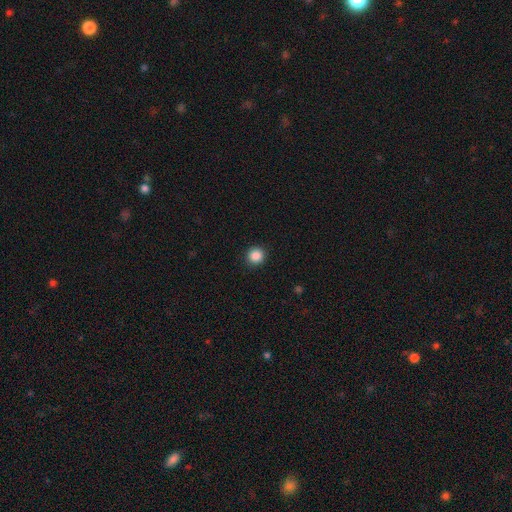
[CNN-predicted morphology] smooth 87%, star or artifact 10%, featured or disk 3%. Down the decision tree: how rounded — round (93%); merging — none (92%).